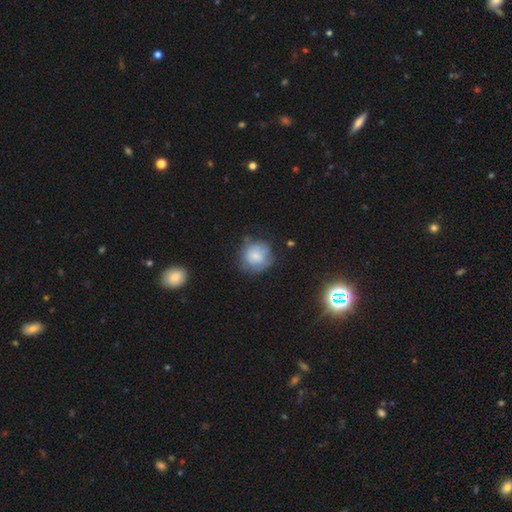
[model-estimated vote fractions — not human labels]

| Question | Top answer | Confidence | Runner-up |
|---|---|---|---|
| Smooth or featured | smooth | 69% | featured or disk (23%) |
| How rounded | round | 84% | in between (15%) |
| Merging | none | 61% | minor disturbance (26%) |